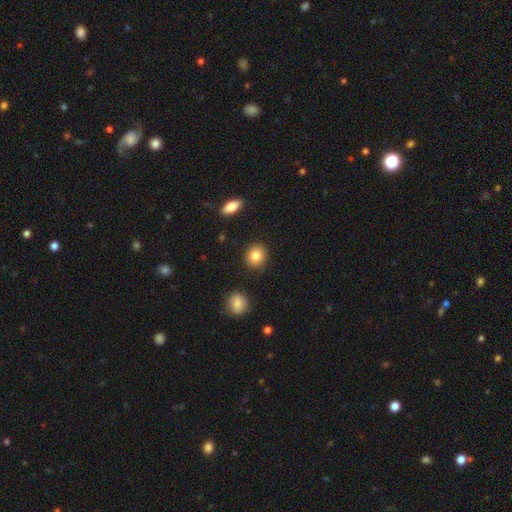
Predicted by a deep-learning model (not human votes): A smooth galaxy with no disk features (85%) that is round (77%).

Vote fractions:
- Smooth or featured? smooth: 85% / star or artifact: 8% / featured or disk: 7%
- How rounded? round: 77% / in between: 22% / cigar-shaped: 1%
- Merging? none: 89% / minor disturbance: 7% / major disturbance: 2% / merger: 2%